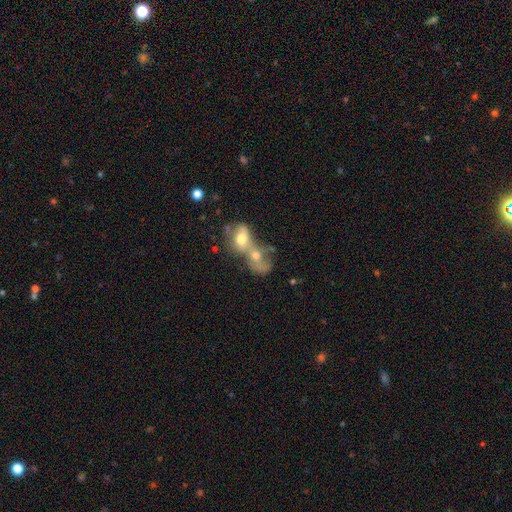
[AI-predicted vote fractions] This is possibly a smooth galaxy (55%). How rounded: possibly in between (58%). Merging: clearly merger (81%).